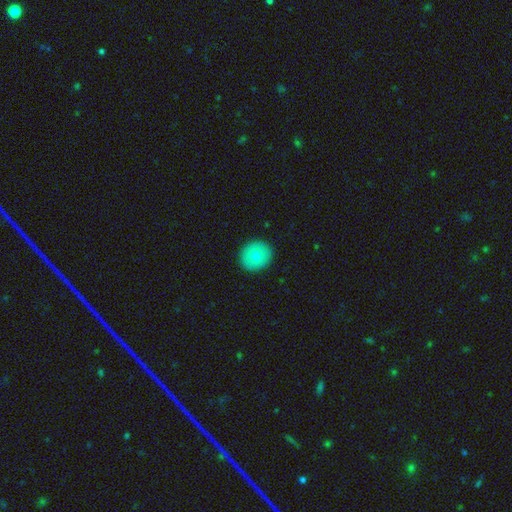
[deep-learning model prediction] Overall: smooth (76%). How rounded: round (88%). Merging: none (91%).